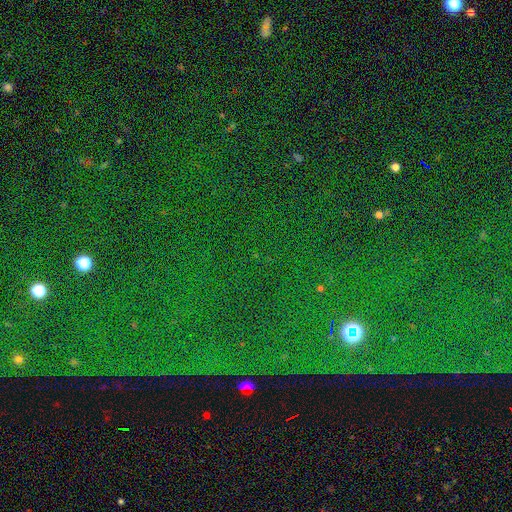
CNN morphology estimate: Smooth or featured? Predicted: star or artifact (p=0.83).